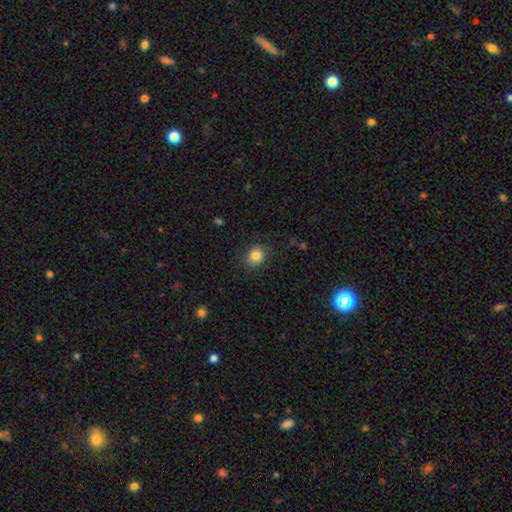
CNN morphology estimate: Overall: smooth (84%). How rounded: round (64%; in between 35%). Merging: none (85%).